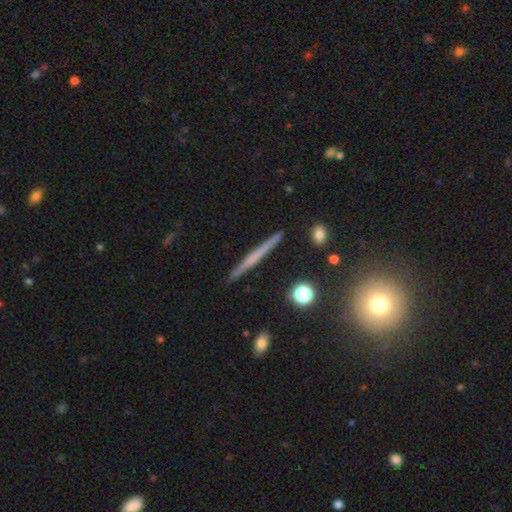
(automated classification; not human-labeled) The model was most divided on "smooth or featured": featured or disk: 54%, smooth: 38%, star or artifact: 8%. More confident: edge-on disk — yes (97%); merging — none (92%); edge-on bulge — none (82%).